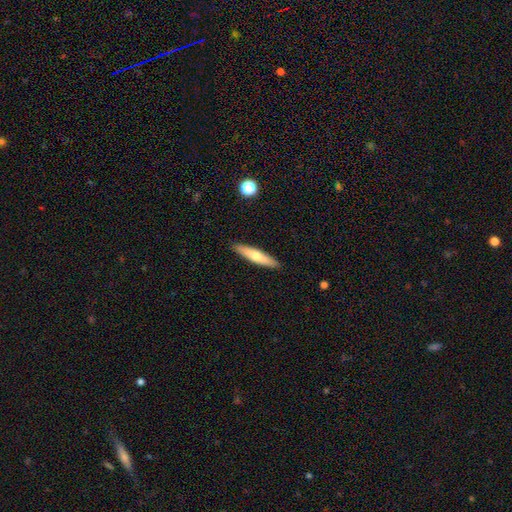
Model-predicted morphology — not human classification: smooth 56%, featured or disk 38%, star or artifact 6%. Down the decision tree: how rounded — cigar-shaped (84%); merging — none (90%).